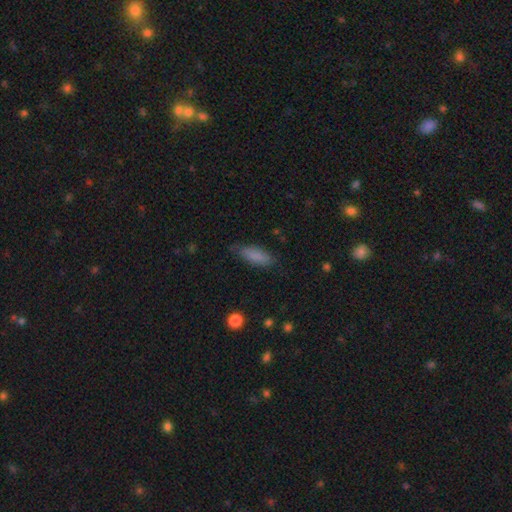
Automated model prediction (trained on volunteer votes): This appears to be a smooth galaxy with no disk features (84%) that is in between round and cigar-shaped (62%). Merging: none (77%).